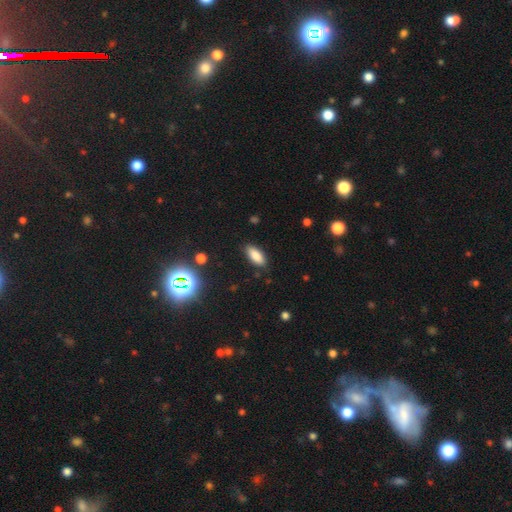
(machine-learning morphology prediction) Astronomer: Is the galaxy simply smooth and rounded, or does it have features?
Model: smooth — 83%.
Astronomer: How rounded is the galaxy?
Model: in between — 84%.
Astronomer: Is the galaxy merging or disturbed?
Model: none — 87%.